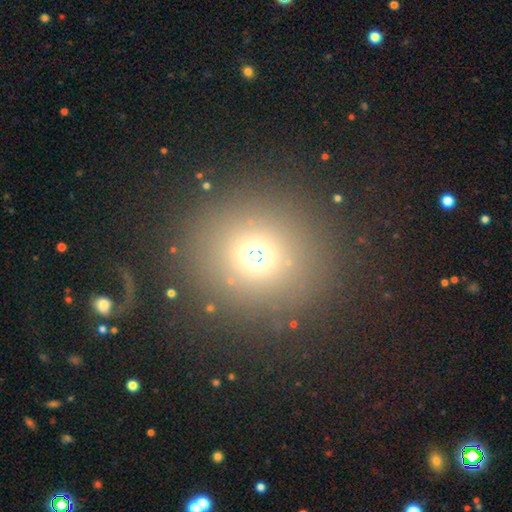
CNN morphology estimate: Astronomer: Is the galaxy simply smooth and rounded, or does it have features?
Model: smooth — 63%.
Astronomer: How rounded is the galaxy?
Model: round — 85%.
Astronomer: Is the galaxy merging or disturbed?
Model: none — 86%.